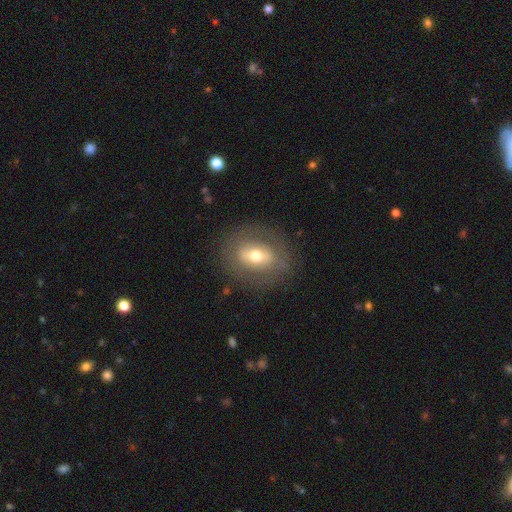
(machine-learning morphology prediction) Smooth or featured?
  - featured or disk: 47% *
  - smooth: 45%
  - star or artifact: 9%
Merging?
  - none: 81% *
  - minor disturbance: 12%
  - major disturbance: 6%
  - merger: 1%